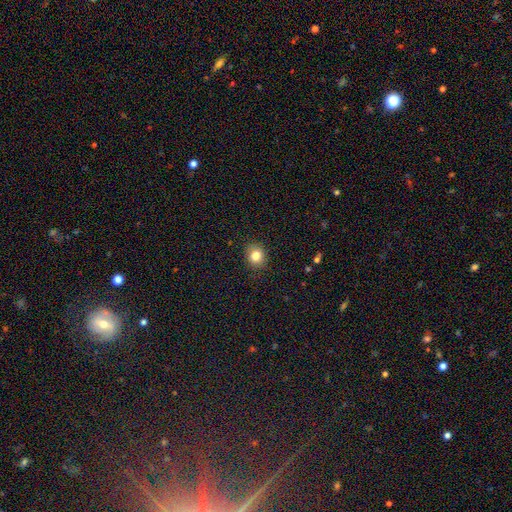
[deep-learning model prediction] Smooth or featured?
  - smooth: 82% *
  - star or artifact: 11%
  - featured or disk: 7%
How rounded?
  - round: 70% *
  - in between: 30%
  - cigar-shaped: 1%
Merging?
  - none: 89% *
  - minor disturbance: 8%
  - major disturbance: 2%
  - merger: 1%